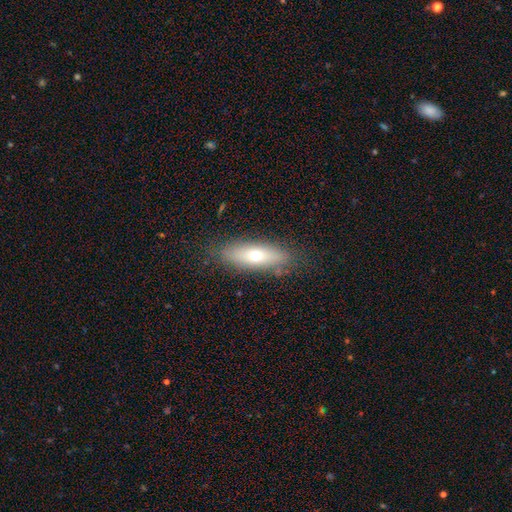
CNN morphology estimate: This is likely a smooth galaxy (61%). How rounded: possibly in between (49%). Merging: clearly none (83%).